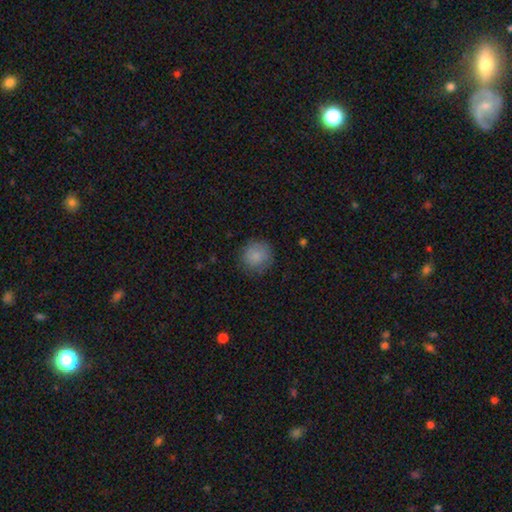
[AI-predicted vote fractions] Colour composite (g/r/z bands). It shows a smooth galaxy with no disk features (86%) that is round (93%). Merging: none (82%).